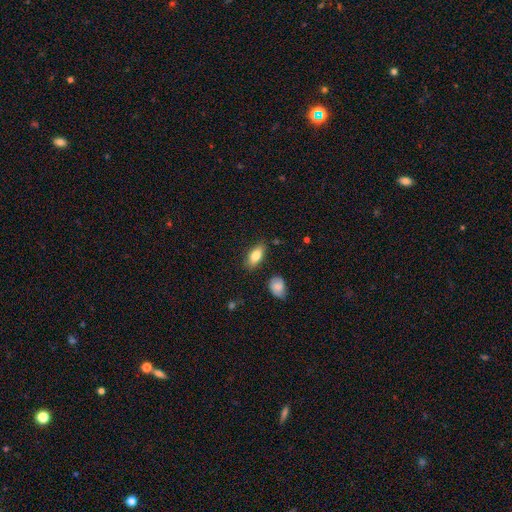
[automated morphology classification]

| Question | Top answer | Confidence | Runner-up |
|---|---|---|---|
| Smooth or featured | smooth | 83% | featured or disk (10%) |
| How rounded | in between | 87% | cigar-shaped (10%) |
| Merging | none | 81% | minor disturbance (14%) |